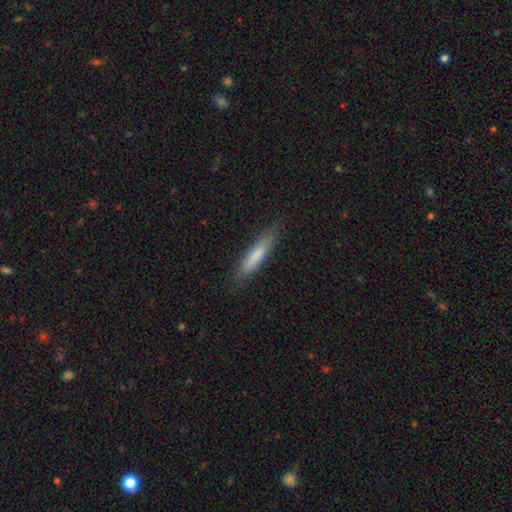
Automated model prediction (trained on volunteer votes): A smooth galaxy with no disk features (78%) that is cigar-shaped (85%).

Vote fractions:
- Smooth or featured? smooth: 78% / featured or disk: 16% / star or artifact: 6%
- How rounded? cigar-shaped: 85% / in between: 14% / round: 1%
- Merging? none: 85% / minor disturbance: 12% / major disturbance: 3% / merger: 1%